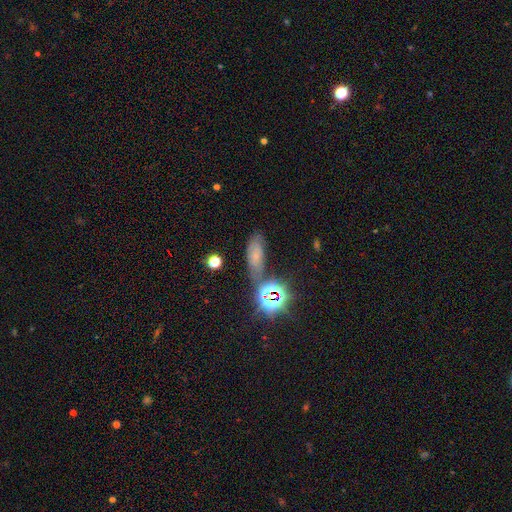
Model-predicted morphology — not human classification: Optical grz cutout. It shows a smooth galaxy with no disk features (43%). Merging: none (62%).